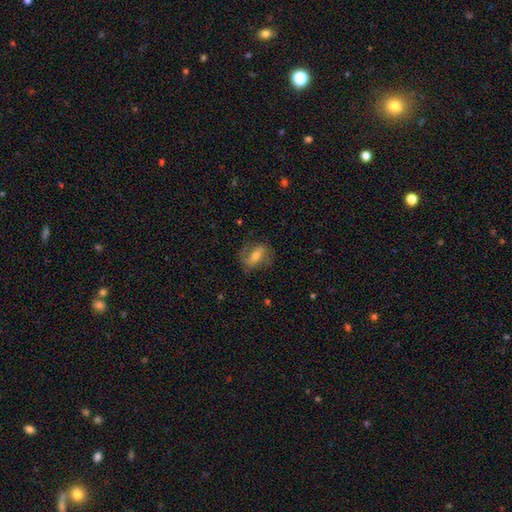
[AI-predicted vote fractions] Smooth or featured? Predicted: featured or disk (p=0.56). Edge-on disk? Predicted: no (p=0.89). Merging? Predicted: none (p=0.70).